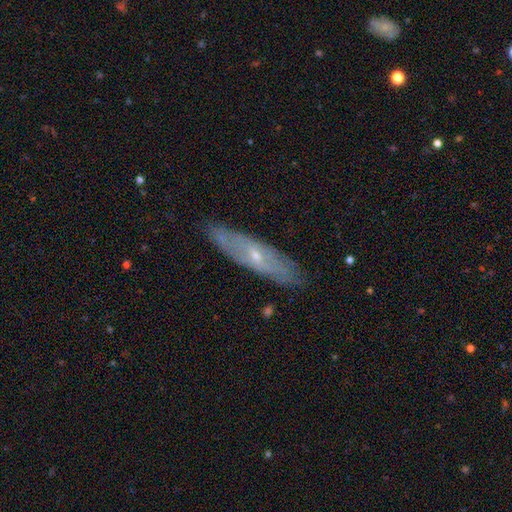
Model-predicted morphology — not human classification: type=featured or disk (65%); edge-on=no (53%); merging=none (83%).